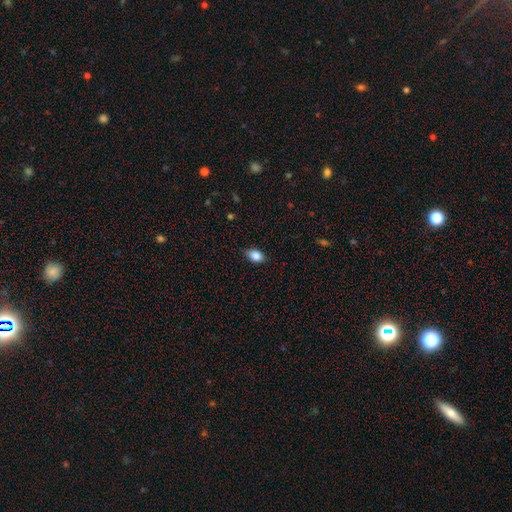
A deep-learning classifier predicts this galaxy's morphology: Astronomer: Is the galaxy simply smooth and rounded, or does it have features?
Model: smooth — 86%.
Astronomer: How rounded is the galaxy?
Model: in between — 86%.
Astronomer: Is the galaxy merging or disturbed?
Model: none — 85%.